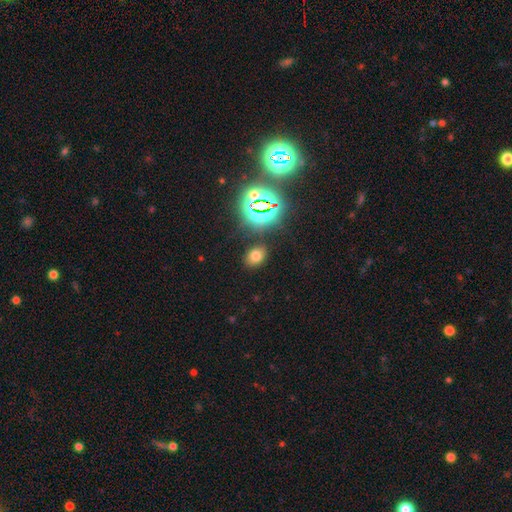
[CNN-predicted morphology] A smooth galaxy with no disk features (64%) that is in between round and cigar-shaped (67%).

Vote fractions:
- Smooth or featured? smooth: 64% / star or artifact: 27% / featured or disk: 9%
- How rounded? in between: 67% / round: 31% / cigar-shaped: 1%
- Merging? none: 84% / minor disturbance: 9% / merger: 3% / major disturbance: 3%